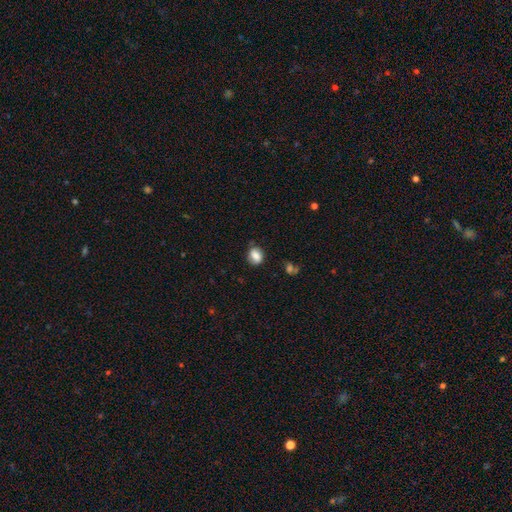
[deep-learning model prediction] The model was most divided on "how rounded": in between: 52%, round: 47%, cigar-shaped: 1%. More confident: smooth or featured — smooth (78%); merging — none (72%).